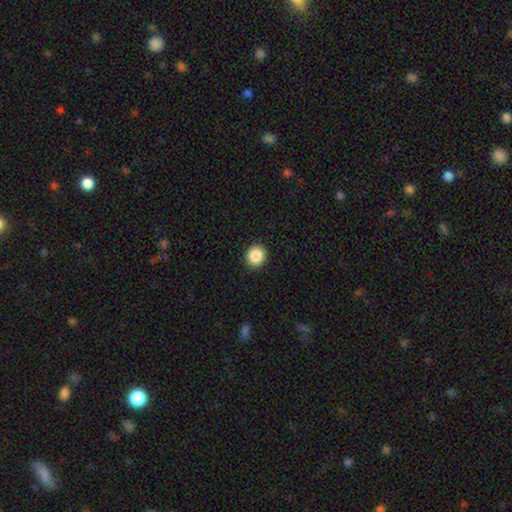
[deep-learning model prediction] smooth-or-featured: smooth: 88% | star or artifact: 9% | featured or disk: 3%
  how-rounded: round: 84% | in between: 16% | cigar-shaped: 1%
  merging: none: 92% | minor disturbance: 5% | major disturbance: 2% | merger: 1%